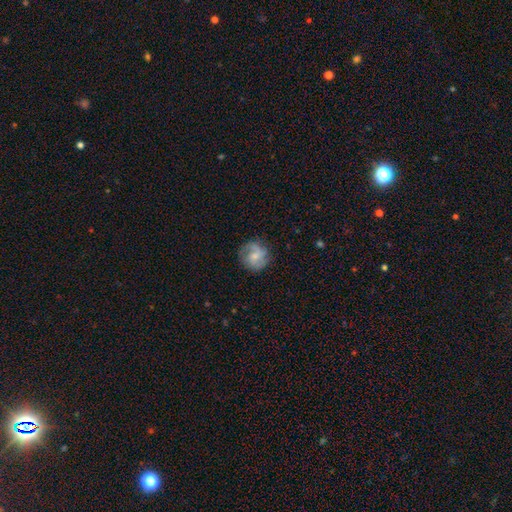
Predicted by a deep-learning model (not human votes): Smooth or featured? Predicted: featured or disk (p=0.55). Edge-on disk? Predicted: no (p=0.97). Bar? Predicted: no (p=0.52). Spiral arms? Predicted: yes (p=0.88). Bulge size? Predicted: small (p=0.49). Merging? Predicted: none (p=0.77).